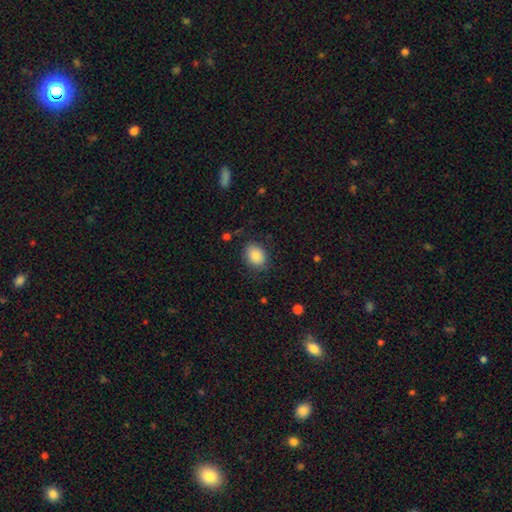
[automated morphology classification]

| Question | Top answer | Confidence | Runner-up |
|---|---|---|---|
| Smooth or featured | smooth | 87% | star or artifact (8%) |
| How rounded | in between | 68% | round (31%) |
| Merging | none | 80% | minor disturbance (15%) |